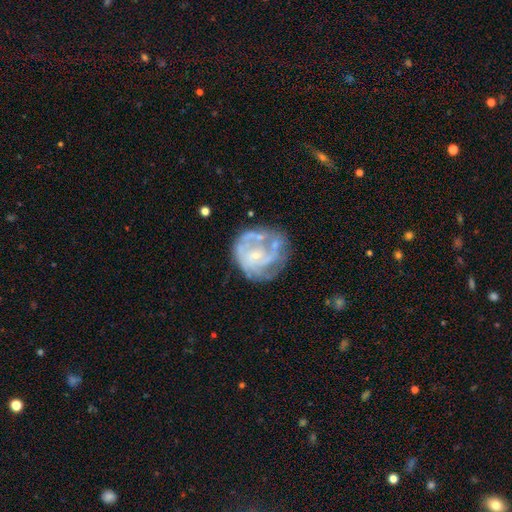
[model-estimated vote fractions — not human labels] Smooth or featured: featured or disk — 77% (smooth — 15%)
Edge-on disk: no — 98% (yes — 2%)
Bar: no — 72% (weak — 23%)
Spiral arms: yes — 76% (no — 24%)
Spiral winding: tight — 49% (medium — 35%)
Spiral arm count: can't tell — 37% (3 — 23%)
Bulge size: small — 76% (moderate — 15%)
Merging: none — 52% (minor disturbance — 22%)